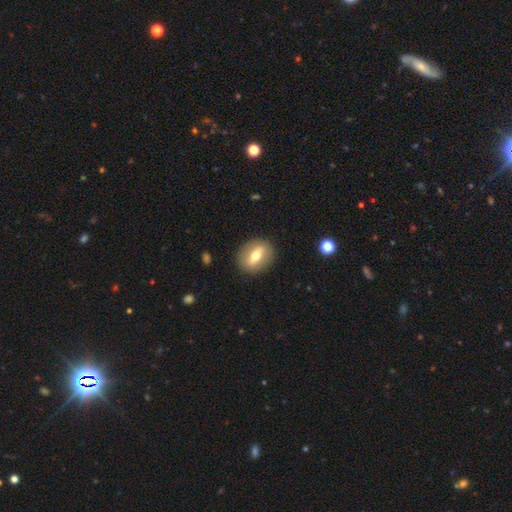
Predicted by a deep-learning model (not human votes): This is possibly a smooth galaxy (51%). How rounded: likely in between (60%). Merging: clearly none (88%).